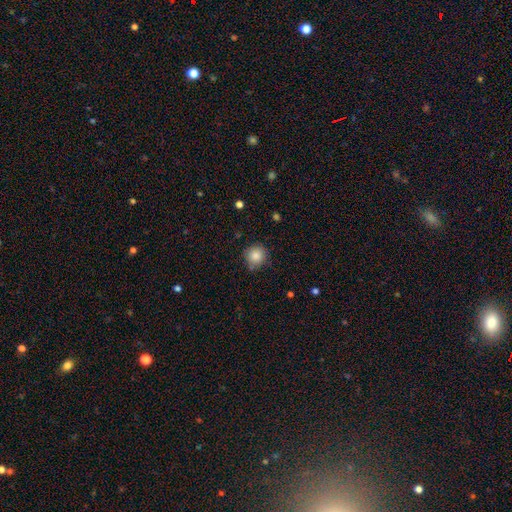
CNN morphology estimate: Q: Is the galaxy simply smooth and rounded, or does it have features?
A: smooth — 86%.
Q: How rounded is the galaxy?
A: round — 92%.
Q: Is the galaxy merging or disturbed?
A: none — 80%.